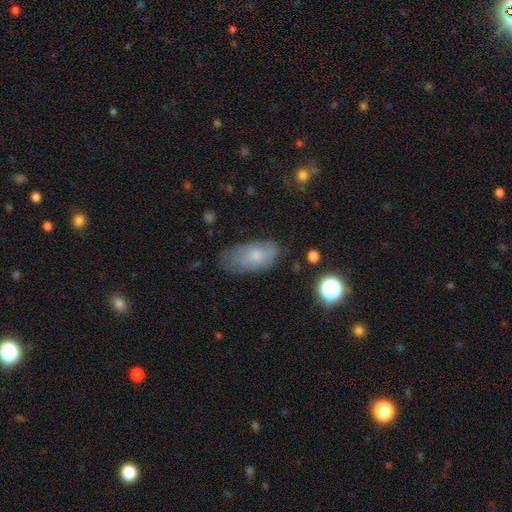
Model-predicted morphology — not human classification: Overall: smooth (70%). How rounded: in between (91%). Merging: none (54%; minor disturbance 32%).